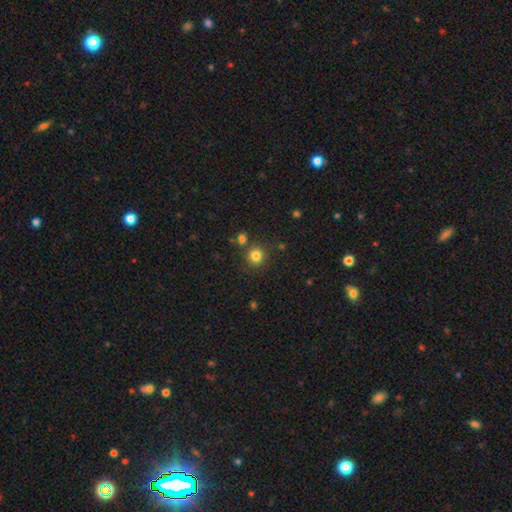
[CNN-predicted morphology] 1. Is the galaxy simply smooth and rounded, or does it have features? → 82% smooth, 13% star or artifact, 5% featured or disk.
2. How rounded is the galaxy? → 92% round, 7% in between, 1% cigar-shaped.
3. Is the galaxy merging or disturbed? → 82% none, 8% merger, 8% minor disturbance, 3% major disturbance.